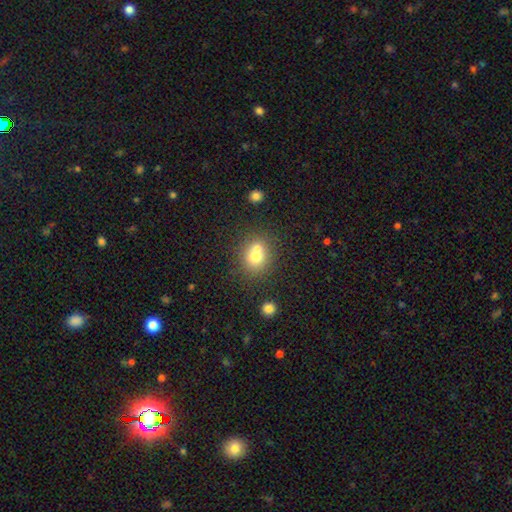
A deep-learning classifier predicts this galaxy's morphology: A smooth galaxy with no disk features (72%) that is round (64%). Merging: none (51%).